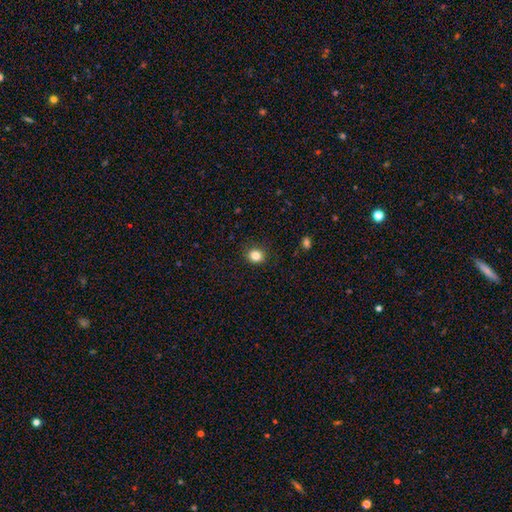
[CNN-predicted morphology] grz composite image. It shows a smooth galaxy with no disk features (84%) that is round (78%). Merging: none (89%).